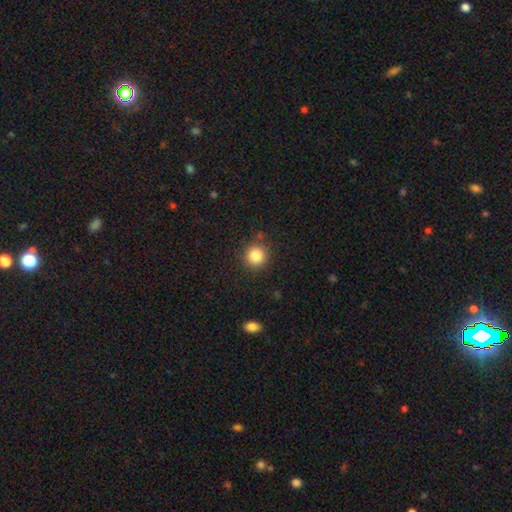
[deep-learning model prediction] Q: Smooth or featured?
A: smooth (84%); runner-up: star or artifact (11%)
Q: How rounded?
A: round (93%); runner-up: in between (6%)
Q: Merging?
A: none (87%); runner-up: minor disturbance (8%)